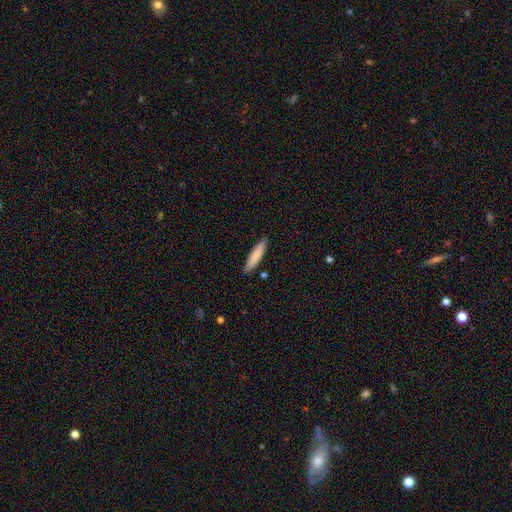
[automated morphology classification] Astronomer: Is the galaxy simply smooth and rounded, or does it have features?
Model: smooth — 83%.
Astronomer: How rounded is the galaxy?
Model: cigar-shaped — 83%.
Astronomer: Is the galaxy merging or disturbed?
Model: none — 88%.